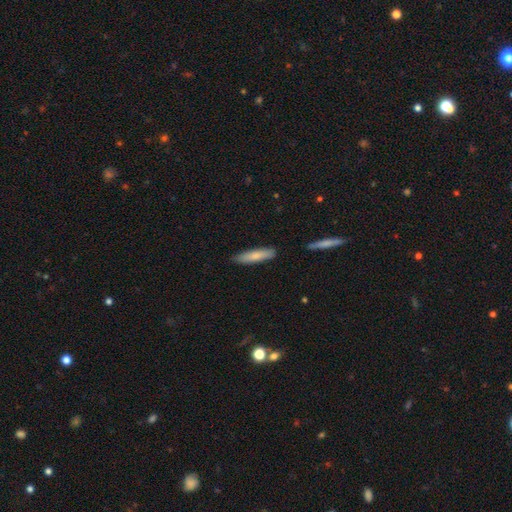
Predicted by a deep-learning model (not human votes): The model was most divided on "smooth or featured": smooth: 77%, featured or disk: 18%, star or artifact: 5%. More confident: merging — none (87%); how rounded — cigar-shaped (83%).